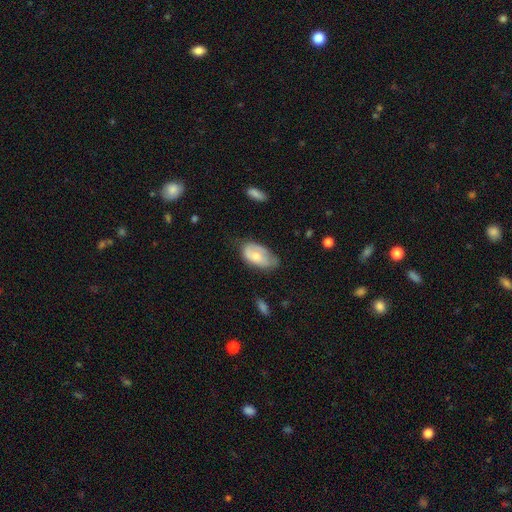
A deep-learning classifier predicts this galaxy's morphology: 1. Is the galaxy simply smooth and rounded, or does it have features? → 58% smooth, 36% featured or disk, 6% star or artifact.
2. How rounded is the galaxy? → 93% in between, 4% round, 2% cigar-shaped.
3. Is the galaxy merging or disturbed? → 46% none, 38% minor disturbance, 14% major disturbance, 2% merger.